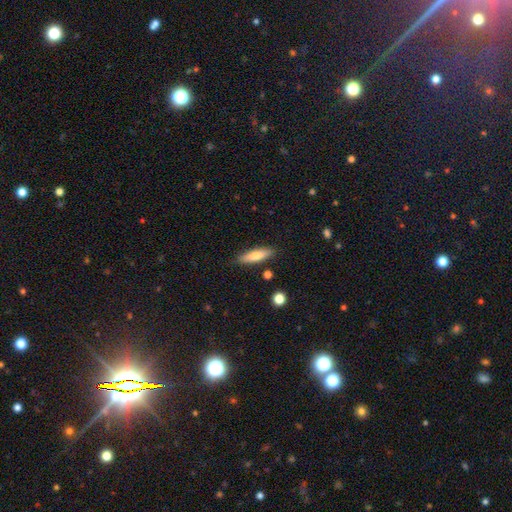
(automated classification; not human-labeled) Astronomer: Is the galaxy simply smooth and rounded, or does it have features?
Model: smooth — 71%.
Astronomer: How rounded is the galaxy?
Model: cigar-shaped — 67%.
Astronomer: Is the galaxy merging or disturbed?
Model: none — 85%.